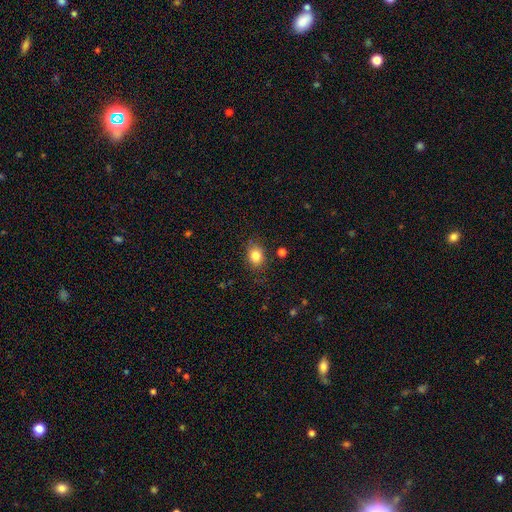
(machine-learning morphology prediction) Overall: smooth (83%). How rounded: in between (51%; round 48%). Merging: none (82%).